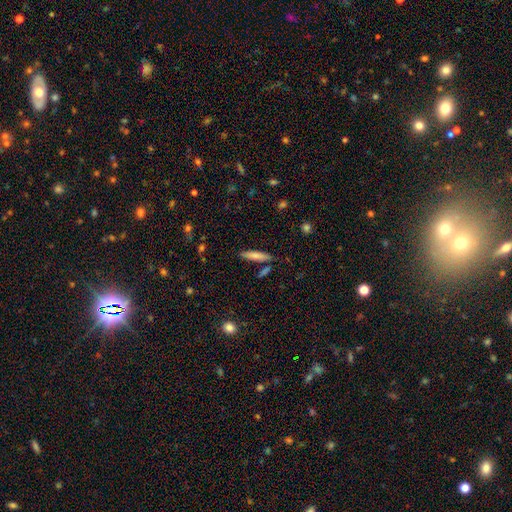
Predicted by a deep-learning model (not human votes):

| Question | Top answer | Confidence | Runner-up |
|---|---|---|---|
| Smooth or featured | smooth | 75% | featured or disk (19%) |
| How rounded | cigar-shaped | 84% | in between (14%) |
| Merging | none | 82% | minor disturbance (10%) |